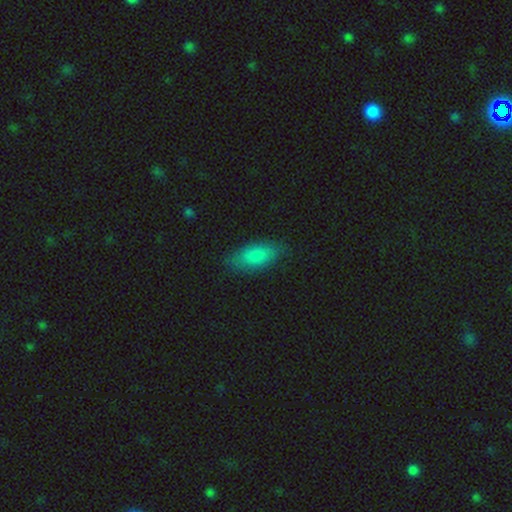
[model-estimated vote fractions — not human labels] A smooth galaxy with no disk features (84%) that is in between round and cigar-shaped (87%). Merging: none (79%).